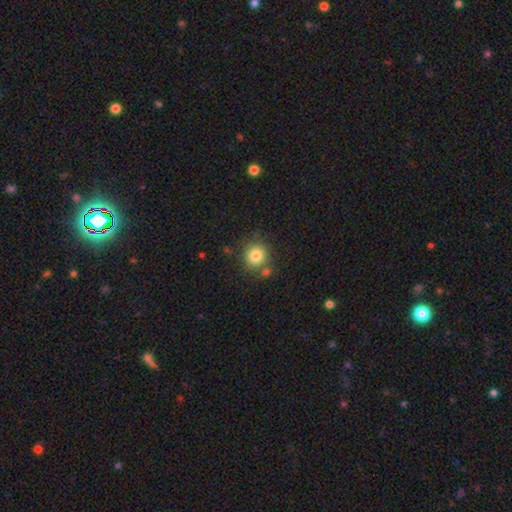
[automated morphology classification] smooth_or_featured: smooth (p=0.81) [alt: star or artifact p=0.11]
how_rounded: round (p=0.87) [alt: in between p=0.12]
merging: none (p=0.74) [alt: merger p=0.12]